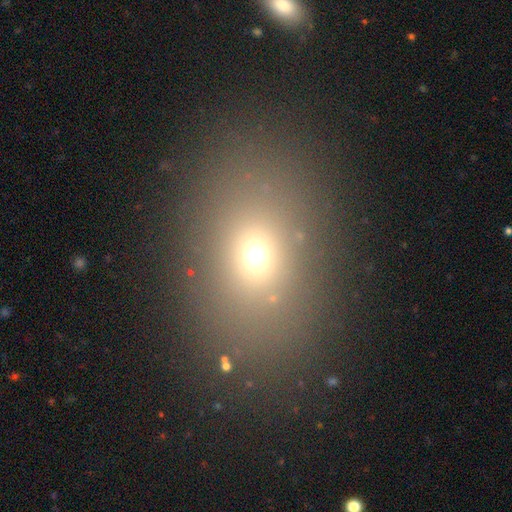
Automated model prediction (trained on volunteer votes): A smooth galaxy with no disk features (66%) that is in between round and cigar-shaped (67%). Merging: none (83%).